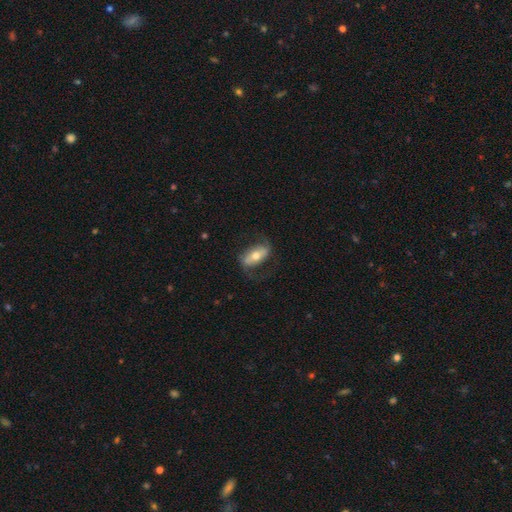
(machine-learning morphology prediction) This appears to be a featured or disk galaxy (55%). Merging: none (67%).